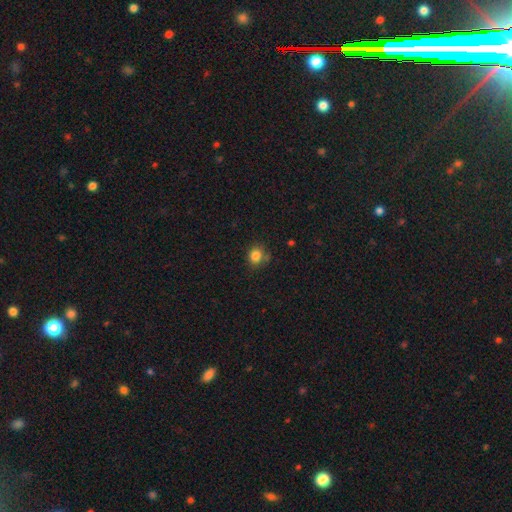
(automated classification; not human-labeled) Morphology: type=smooth (83%); roundness=round (75%); merging=none (73%).